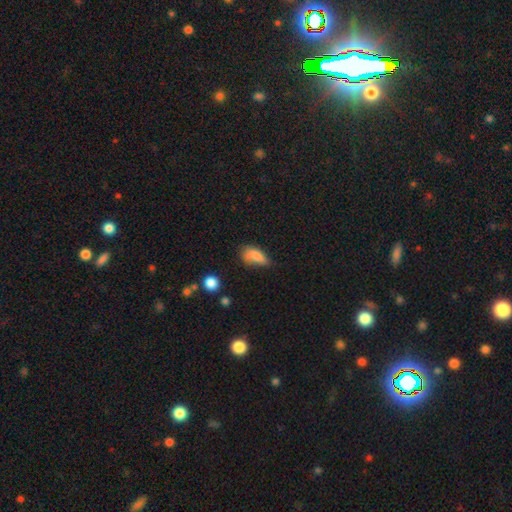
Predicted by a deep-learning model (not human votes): Smooth or featured? smooth (74%)
How rounded? in between (79%)
Merging? none (40%)